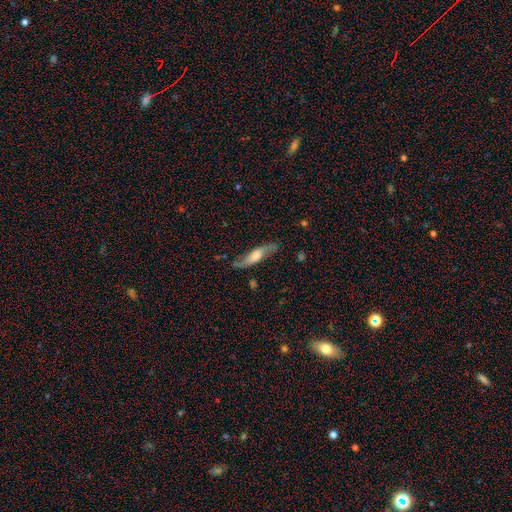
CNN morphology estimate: A featured or disk galaxy (52%).

Vote fractions:
- Smooth or featured? featured or disk: 52% / smooth: 42% / star or artifact: 6%
- Edge-on disk? no: 55% / yes: 45%
- Merging? none: 74% / minor disturbance: 19% / major disturbance: 5% / merger: 2%